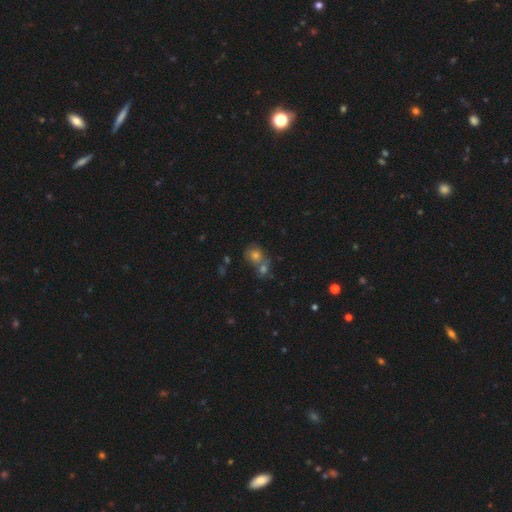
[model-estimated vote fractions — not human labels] Smooth or featured? smooth (61%)
How rounded? round (76%)
Merging? none (44%)